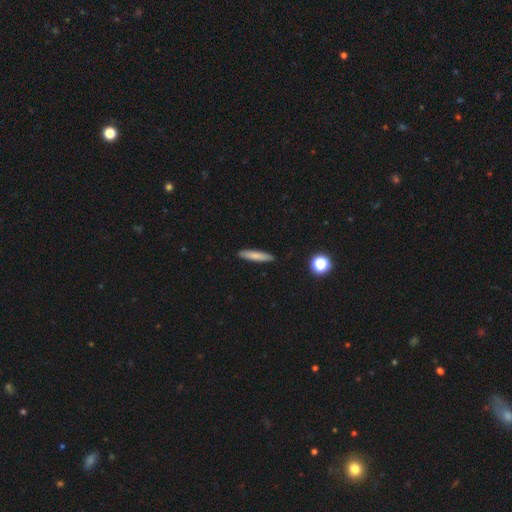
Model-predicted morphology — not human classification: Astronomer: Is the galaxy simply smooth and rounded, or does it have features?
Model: smooth — 78%.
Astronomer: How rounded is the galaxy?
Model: cigar-shaped — 90%.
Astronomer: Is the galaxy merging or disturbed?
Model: none — 90%.